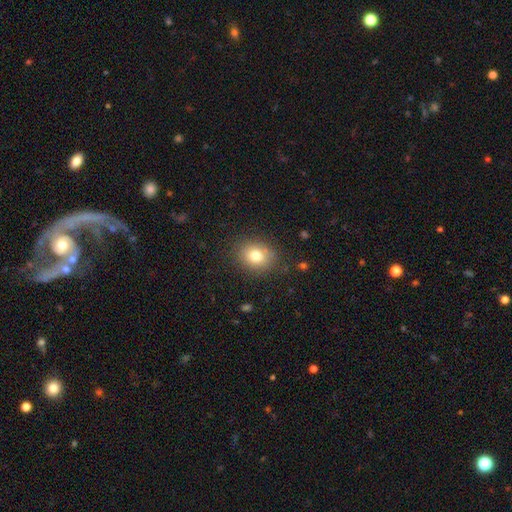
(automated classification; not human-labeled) smooth-or-featured: smooth: 79% | star or artifact: 12% | featured or disk: 10%
  how-rounded: round: 64% | in between: 35% | cigar-shaped: 1%
  merging: none: 85% | minor disturbance: 10% | major disturbance: 4% | merger: 1%